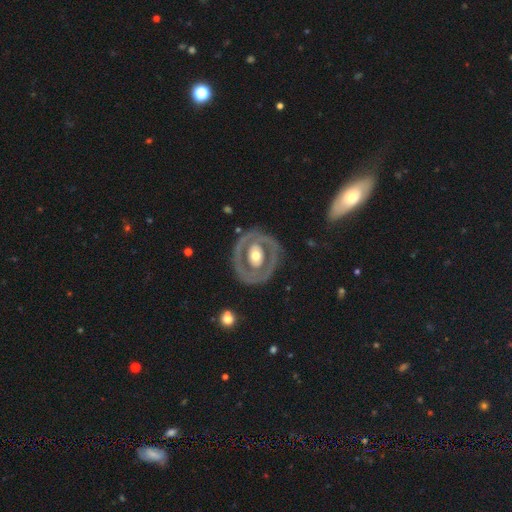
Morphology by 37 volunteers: Smooth or featured? featured or disk (76%)
Edge-on disk? no (96%)
Bar? no (70%)
Spiral arms? yes (56%)
Spiral winding? tight (60%)
Spiral arm count? 2 (67%)
Bulge size? moderate (59%)
Merging? none (63%)